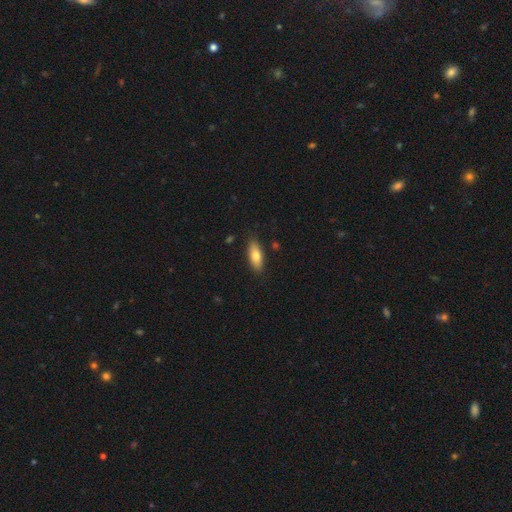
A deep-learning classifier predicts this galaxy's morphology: type=smooth (75%); roundness=in between (73%); merging=none (86%).